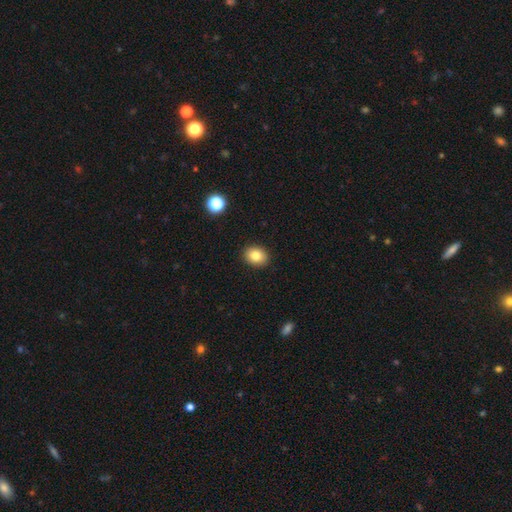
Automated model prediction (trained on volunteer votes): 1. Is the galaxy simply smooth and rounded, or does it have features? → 82% smooth, 10% star or artifact, 8% featured or disk.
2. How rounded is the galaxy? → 52% in between, 48% round, 1% cigar-shaped.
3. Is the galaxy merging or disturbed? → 90% none, 7% minor disturbance, 2% major disturbance, 1% merger.